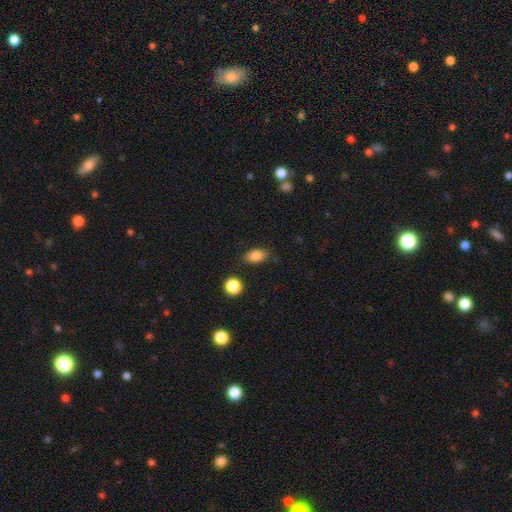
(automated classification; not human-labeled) smooth 86%, star or artifact 10%, featured or disk 5%. Down the decision tree: how rounded — in between (84%); merging — none (81%).